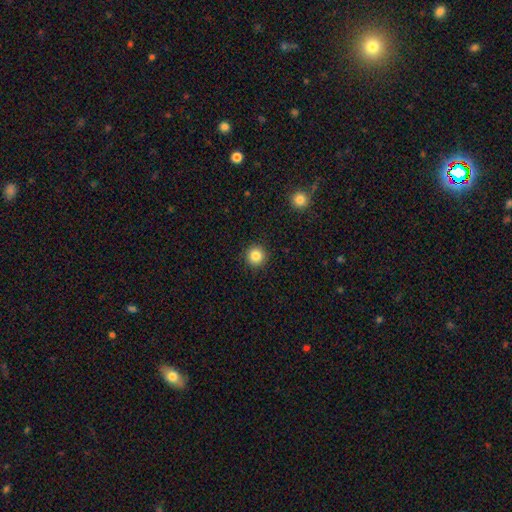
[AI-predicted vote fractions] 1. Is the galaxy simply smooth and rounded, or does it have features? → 85% smooth, 11% star or artifact, 5% featured or disk.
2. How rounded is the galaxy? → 95% round, 4% in between, 1% cigar-shaped.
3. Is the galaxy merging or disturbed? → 93% none, 5% minor disturbance, 2% major disturbance, 1% merger.